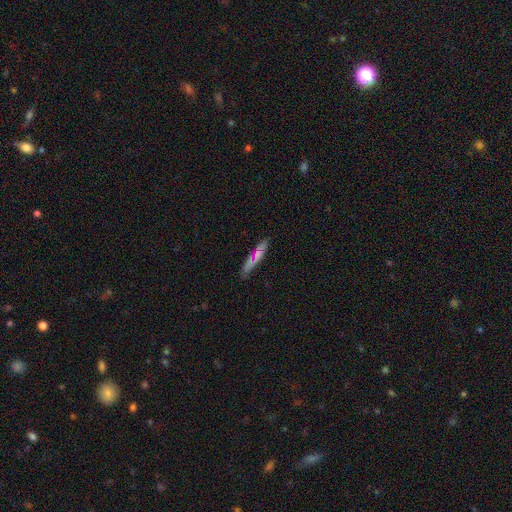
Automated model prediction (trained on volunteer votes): This appears to be a smooth galaxy with no disk features (61%) that is cigar-shaped (85%). Merging: none (81%).